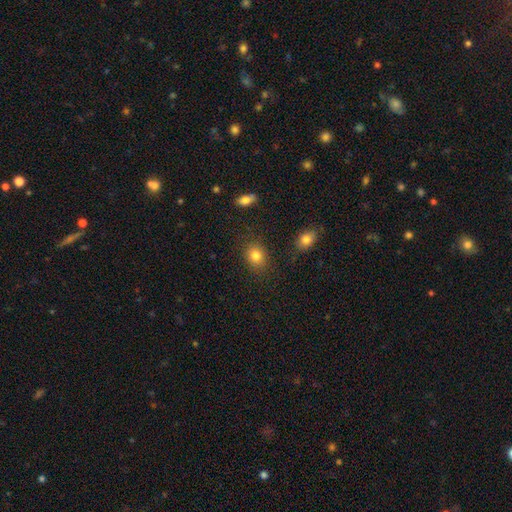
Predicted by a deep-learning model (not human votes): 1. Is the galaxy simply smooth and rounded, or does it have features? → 84% smooth, 10% star or artifact, 6% featured or disk.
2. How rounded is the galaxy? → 54% round, 45% in between, 1% cigar-shaped.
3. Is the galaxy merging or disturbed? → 84% none, 10% minor disturbance, 3% major disturbance, 3% merger.